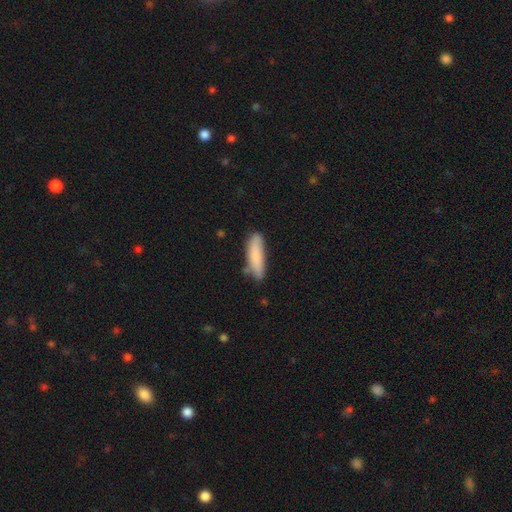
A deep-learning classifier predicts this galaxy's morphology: Smooth or featured: smooth — 83% (featured or disk — 11%)
How rounded: cigar-shaped — 65% (in between — 34%)
Merging: none — 69% (minor disturbance — 22%)